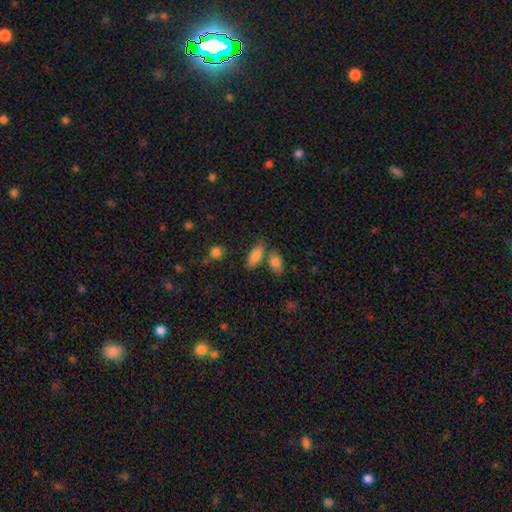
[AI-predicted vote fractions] This is clearly a smooth galaxy (82%). How rounded: clearly in between (82%). Merging: possibly none (59%).